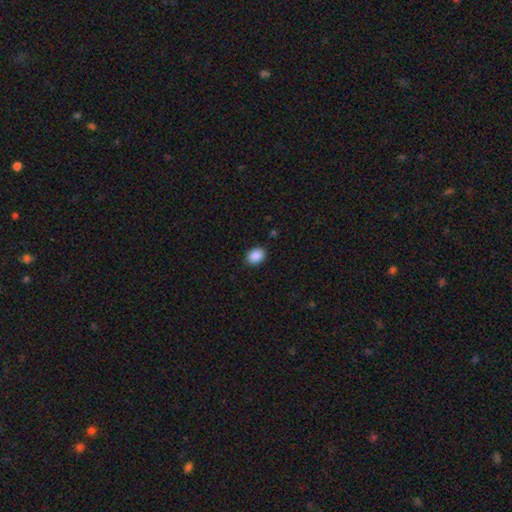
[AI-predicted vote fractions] Smooth or featured: smooth — 90% (star or artifact — 8%)
How rounded: in between — 68% (round — 31%)
Merging: none — 88% (minor disturbance — 9%)